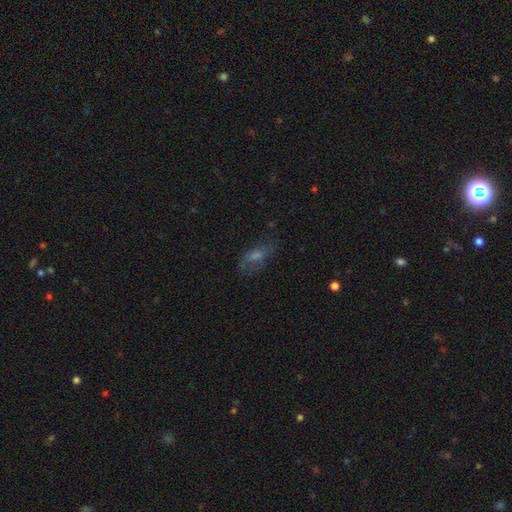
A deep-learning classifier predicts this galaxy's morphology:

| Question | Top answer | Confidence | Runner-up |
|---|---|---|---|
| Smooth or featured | smooth | 42% | featured or disk (37%) |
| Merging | none | 61% | minor disturbance (21%) |